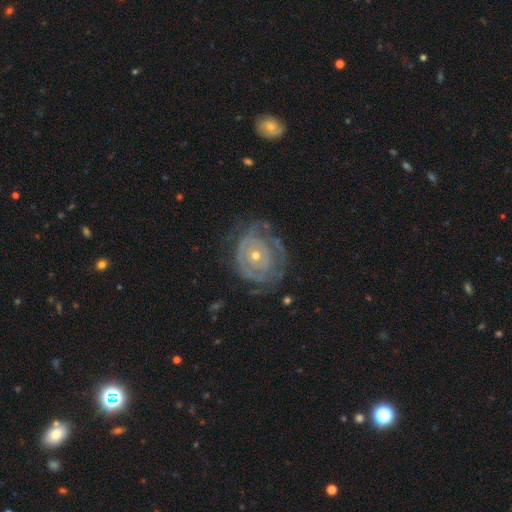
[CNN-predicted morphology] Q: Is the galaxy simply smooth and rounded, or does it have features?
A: featured or disk — 80%.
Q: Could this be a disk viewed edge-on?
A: no — 97%.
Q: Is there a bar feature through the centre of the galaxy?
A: no — 83%.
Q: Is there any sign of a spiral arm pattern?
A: yes — 78%.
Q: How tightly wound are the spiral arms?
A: tight — 76%.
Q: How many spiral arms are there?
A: can't tell — 50%.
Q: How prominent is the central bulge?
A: small — 61%.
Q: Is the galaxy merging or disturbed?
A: none — 63%.